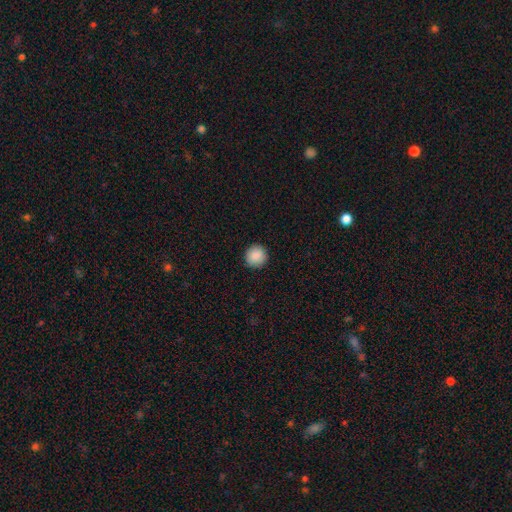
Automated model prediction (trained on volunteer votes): Smooth or featured? smooth (89%)
How rounded? round (94%)
Merging? none (91%)